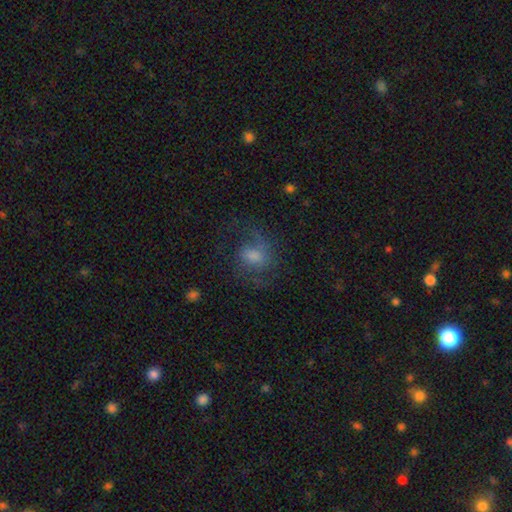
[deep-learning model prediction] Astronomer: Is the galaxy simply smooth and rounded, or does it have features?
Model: featured or disk — 60%.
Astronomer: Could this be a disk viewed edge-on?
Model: no — 97%.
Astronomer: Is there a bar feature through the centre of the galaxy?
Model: weak — 48% (runner-up: no, 41%).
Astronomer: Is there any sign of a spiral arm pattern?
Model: yes — 90%.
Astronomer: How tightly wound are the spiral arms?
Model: medium — 51% (runner-up: loose, 35%).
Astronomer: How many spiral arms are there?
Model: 2 — 77%.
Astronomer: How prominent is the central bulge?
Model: moderate — 43% (runner-up: small, 22%).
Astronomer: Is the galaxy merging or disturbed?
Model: none — 63%.